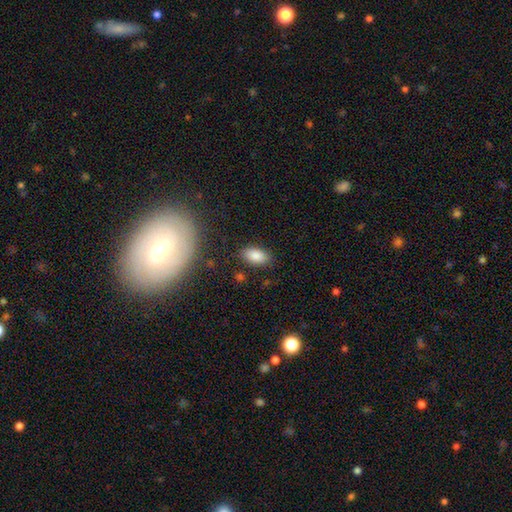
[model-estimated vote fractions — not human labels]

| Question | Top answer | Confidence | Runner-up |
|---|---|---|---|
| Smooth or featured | smooth | 86% | star or artifact (8%) |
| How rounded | in between | 92% | round (4%) |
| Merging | none | 84% | minor disturbance (11%) |